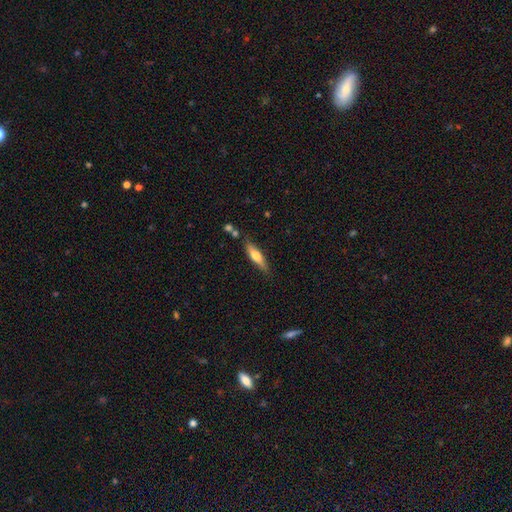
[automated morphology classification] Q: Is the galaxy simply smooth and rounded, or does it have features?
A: smooth — 56%.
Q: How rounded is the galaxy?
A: cigar-shaped — 71%.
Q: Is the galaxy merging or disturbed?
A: none — 79%.